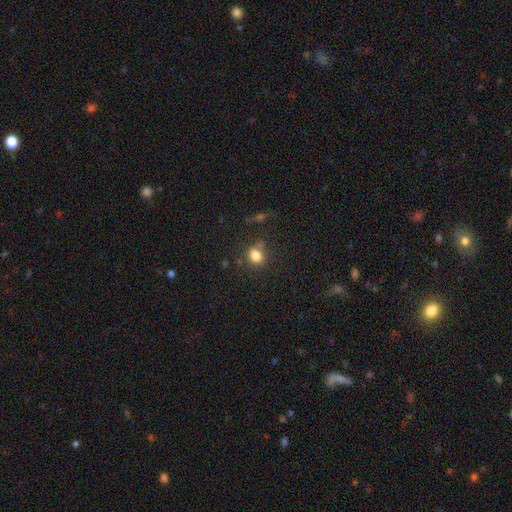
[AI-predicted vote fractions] Overall: smooth (81%). How rounded: round (55%; in between 43%). Merging: none (69%).